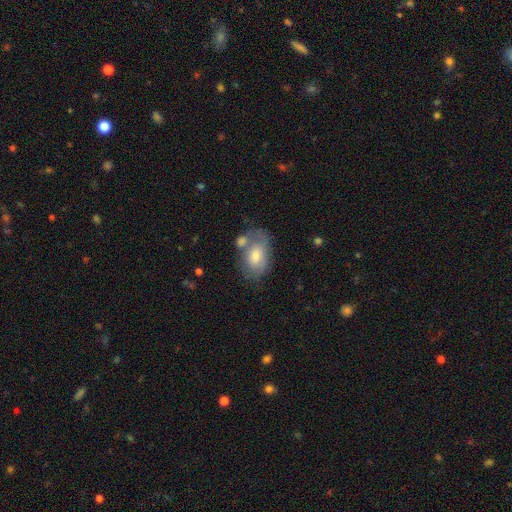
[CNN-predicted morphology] Q: Smooth or featured?
A: smooth (67%); runner-up: featured or disk (26%)
Q: How rounded?
A: in between (85%); runner-up: round (13%)
Q: Merging?
A: none (44%); runner-up: merger (24%)